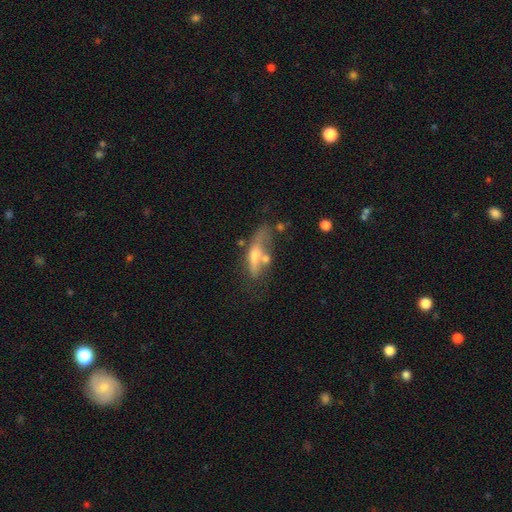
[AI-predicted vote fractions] Morphology: type=smooth (51%); roundness=cigar-shaped (53%); merging=none (34%).